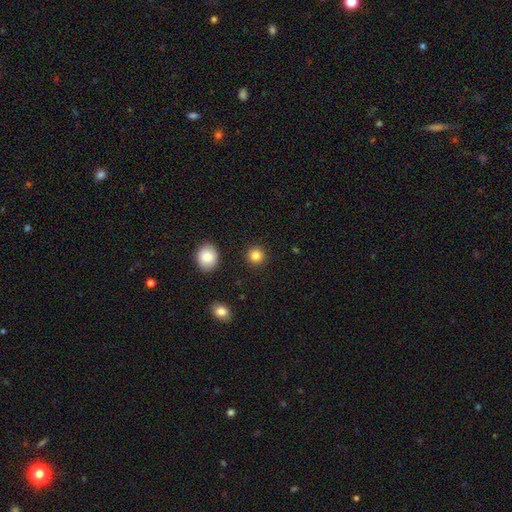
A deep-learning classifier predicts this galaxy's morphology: A smooth galaxy with no disk features (85%) that is round (92%). Merging: none (92%).